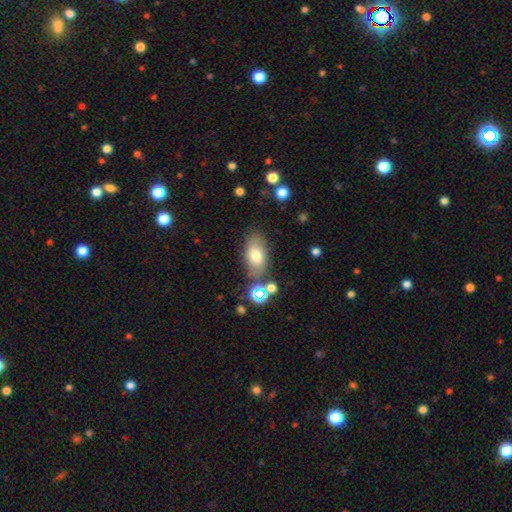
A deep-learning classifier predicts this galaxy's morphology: Smooth or featured? smooth (72%)
How rounded? in between (89%)
Merging? none (73%)